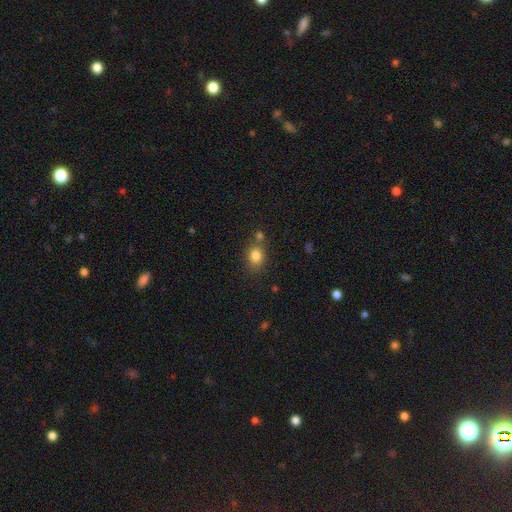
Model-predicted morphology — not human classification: smooth 82%, star or artifact 11%, featured or disk 7%. Down the decision tree: how rounded — round (55%); merging — none (69%).